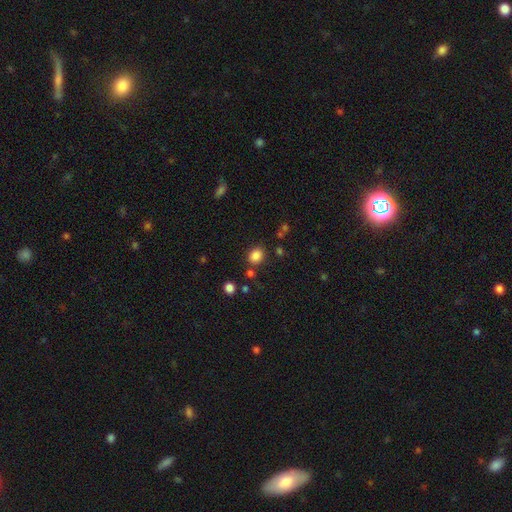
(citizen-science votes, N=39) Morphology: type=smooth (92%); roundness=round (72%); merging=none (78%).